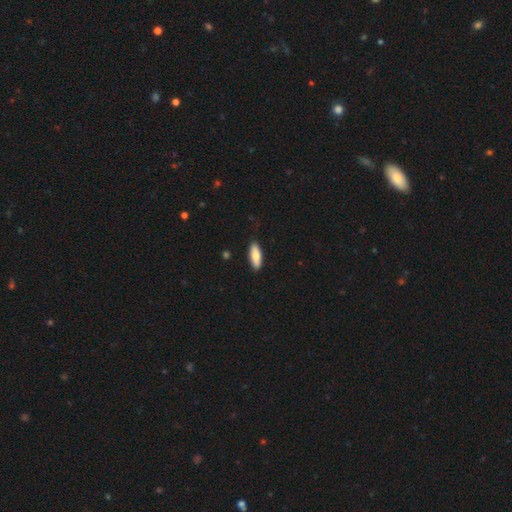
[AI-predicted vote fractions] A smooth galaxy with no disk features (76%) that is in between round and cigar-shaped (67%).

Vote fractions:
- Smooth or featured? smooth: 76% / featured or disk: 18% / star or artifact: 6%
- How rounded? in between: 67% / cigar-shaped: 31% / round: 2%
- Merging? none: 88% / minor disturbance: 10% / major disturbance: 2% / merger: 1%